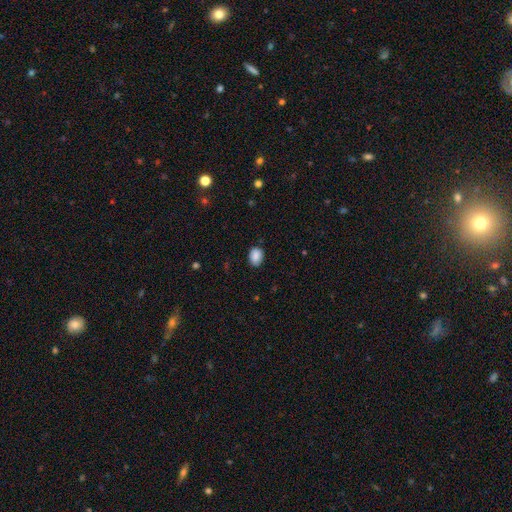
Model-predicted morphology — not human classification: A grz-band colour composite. It shows a smooth galaxy with no disk features (88%) that is in between round and cigar-shaped (69%). Merging: none (82%).